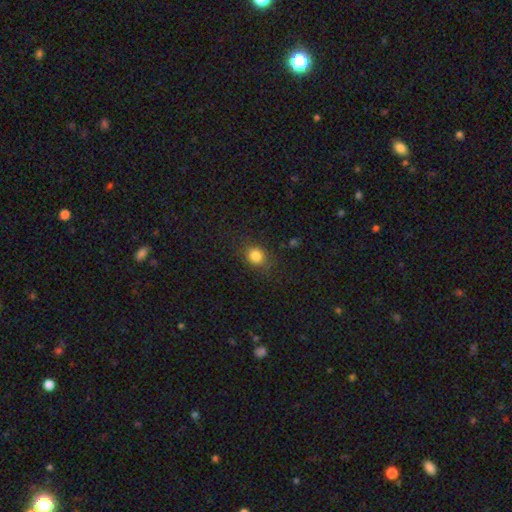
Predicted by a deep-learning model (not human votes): smooth_or_featured: smooth (p=0.83) [alt: star or artifact p=0.12]
how_rounded: round (p=0.69) [alt: in between p=0.30]
merging: none (p=0.83) [alt: minor disturbance p=0.12]